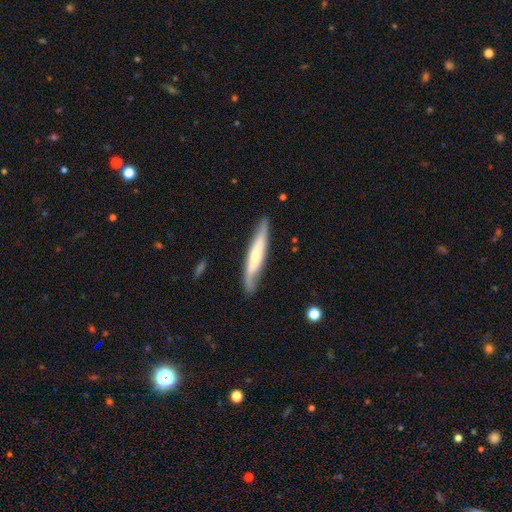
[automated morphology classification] Smooth or featured? featured or disk (50%)
Merging? none (81%)